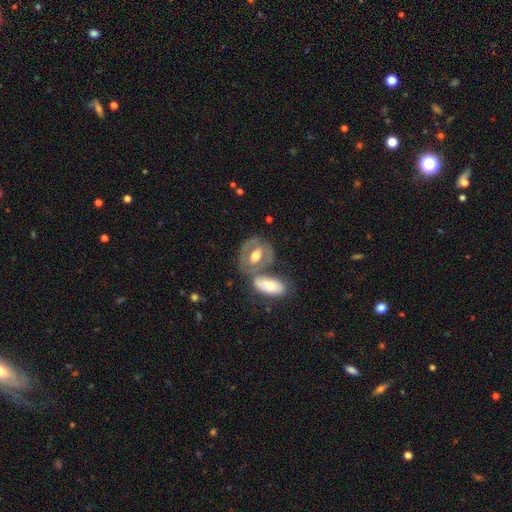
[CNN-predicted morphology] Smooth or featured: featured or disk — 58% (smooth — 36%)
Edge-on disk: no — 91% (yes — 9%)
Bar: no — 46% (weak — 33%)
Spiral arms: no — 62% (yes — 38%)
Bulge size: moderate — 69% (large — 16%)
Merging: none — 48% (merger — 32%)